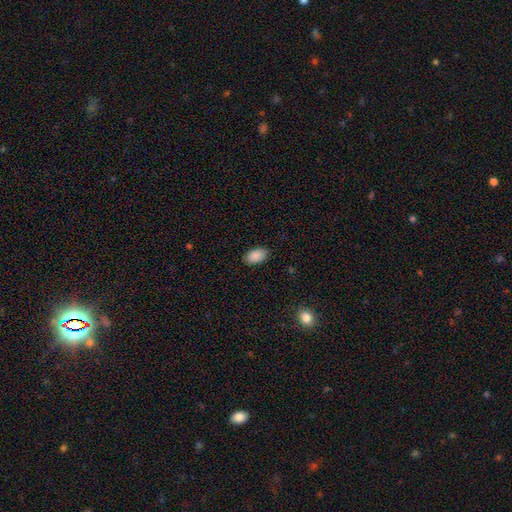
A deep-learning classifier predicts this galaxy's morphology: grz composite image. It shows a smooth galaxy with no disk features (89%) that is in between round and cigar-shaped (93%). Merging: none (86%).